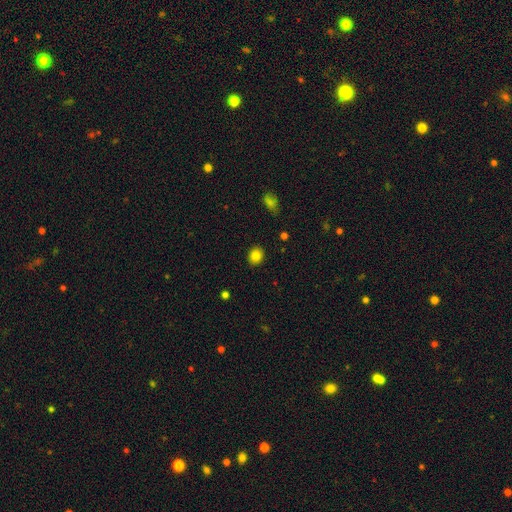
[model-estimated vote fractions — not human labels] smooth 84%, star or artifact 10%, featured or disk 6%. Down the decision tree: how rounded — round (66%); merging — none (89%).